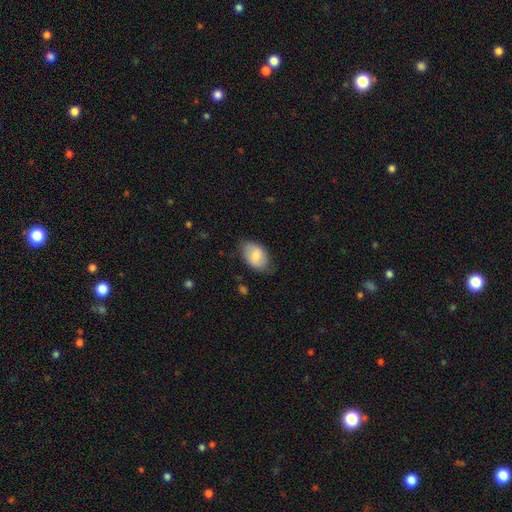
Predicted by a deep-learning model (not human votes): Q: Smooth or featured?
A: smooth (76%); runner-up: featured or disk (18%)
Q: How rounded?
A: in between (88%); runner-up: round (11%)
Q: Merging?
A: none (72%); runner-up: minor disturbance (23%)